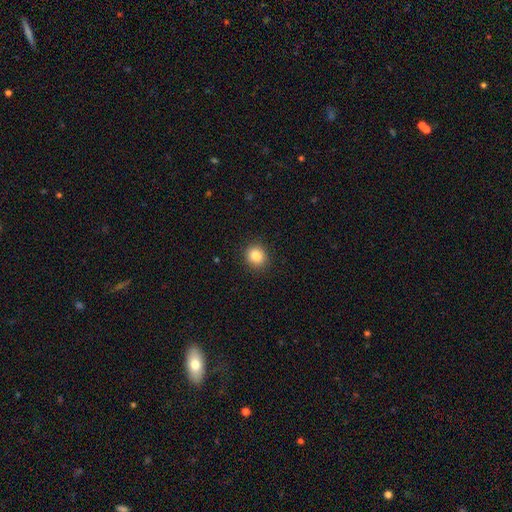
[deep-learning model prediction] Morphology: type=smooth (85%); roundness=round (85%); merging=none (91%).